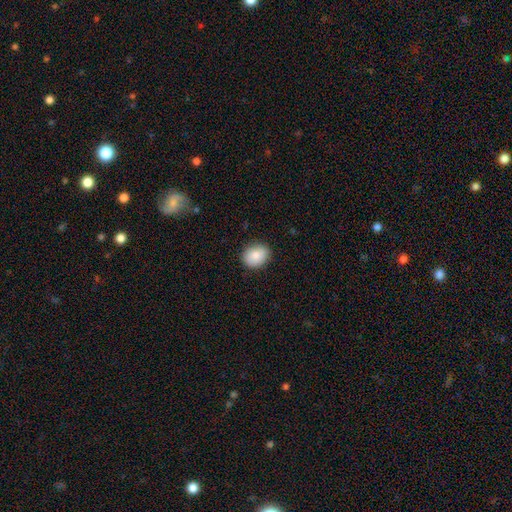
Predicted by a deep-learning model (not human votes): Q: Smooth or featured?
A: smooth (86%); runner-up: star or artifact (7%)
Q: How rounded?
A: round (55%); runner-up: in between (44%)
Q: Merging?
A: none (88%); runner-up: minor disturbance (9%)